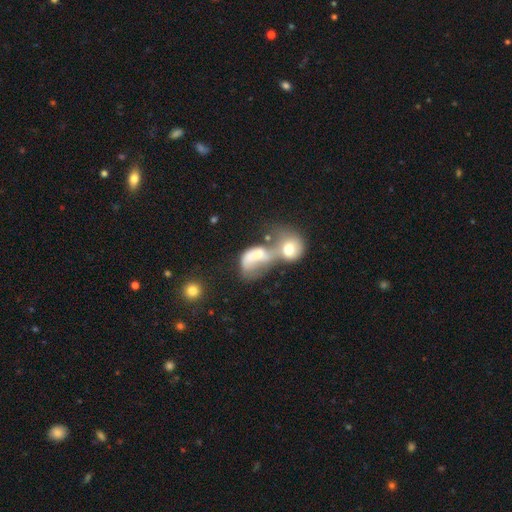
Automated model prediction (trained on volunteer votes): A smooth galaxy with no disk features (53%) that is in between round and cigar-shaped (72%). Merging: merger (74%).